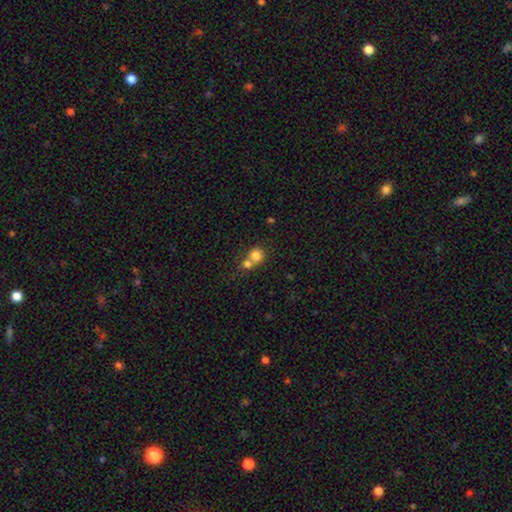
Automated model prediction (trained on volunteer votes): Overall: smooth (79%). How rounded: round (85%). Merging: merger (54%; none 37%).